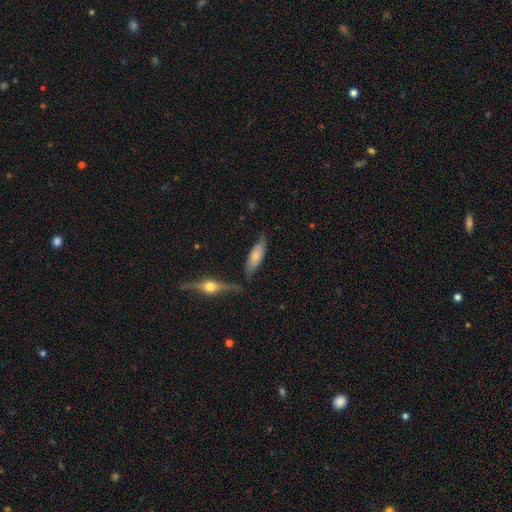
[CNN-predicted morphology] A smooth galaxy with no disk features (65%) that is in between round and cigar-shaped (55%).

Vote fractions:
- Smooth or featured? smooth: 65% / featured or disk: 29% / star or artifact: 6%
- How rounded? in between: 55% / cigar-shaped: 43% / round: 2%
- Merging? none: 67% / minor disturbance: 21% / merger: 8% / major disturbance: 5%